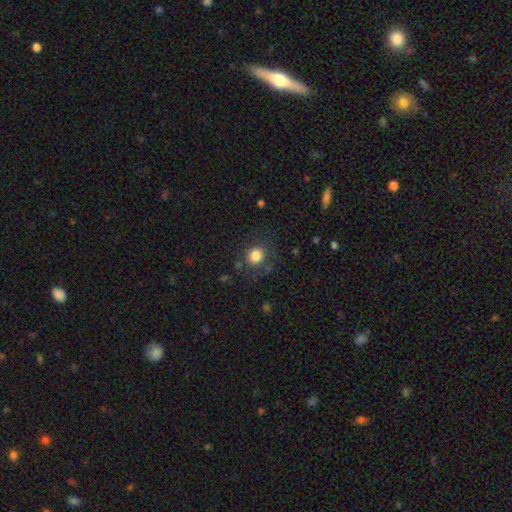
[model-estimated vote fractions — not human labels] This is clearly a smooth galaxy (82%). How rounded: clearly round (86%). Merging: likely none (80%).